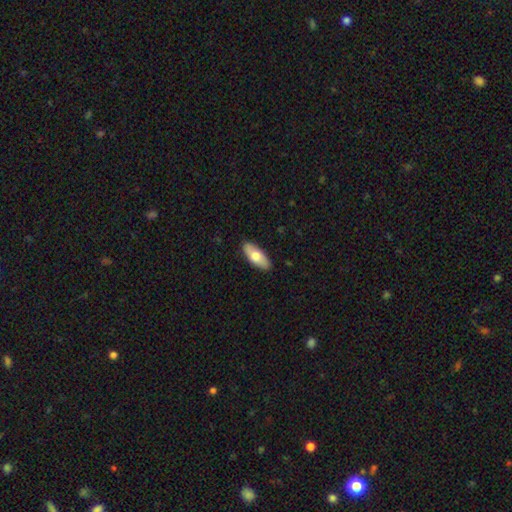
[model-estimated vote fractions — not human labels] Smooth or featured?
  - smooth: 71% *
  - featured or disk: 24%
  - star or artifact: 6%
How rounded?
  - in between: 83% *
  - cigar-shaped: 15%
  - round: 2%
Merging?
  - none: 87% *
  - minor disturbance: 10%
  - major disturbance: 2%
  - merger: 1%